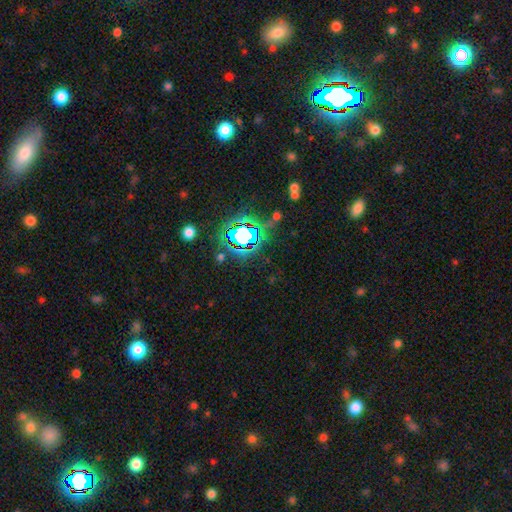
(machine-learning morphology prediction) A star or artifact, not a galaxy (81%).